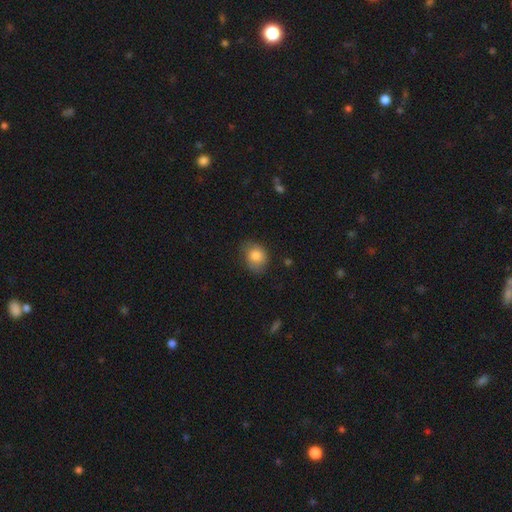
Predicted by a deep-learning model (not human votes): Morphology: type=smooth (82%); roundness=round (50%); merging=none (63%).